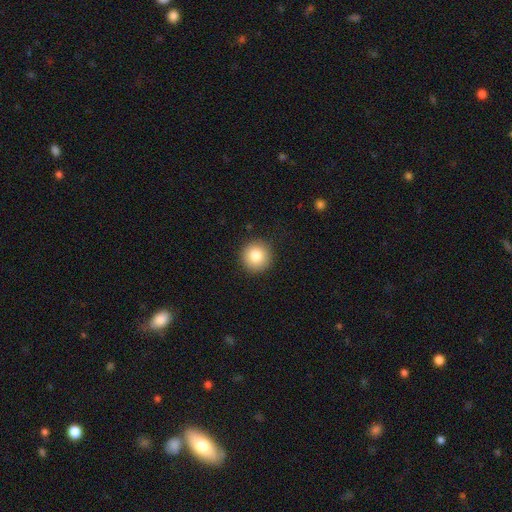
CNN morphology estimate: smooth 83%, star or artifact 9%, featured or disk 8%. Down the decision tree: how rounded — round (95%); merging — none (92%).